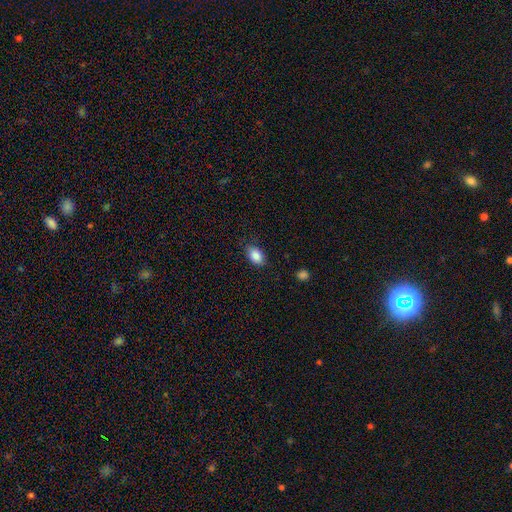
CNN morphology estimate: smooth_or_featured: smooth (p=0.87) [alt: star or artifact p=0.08]
how_rounded: in between (p=0.87) [alt: round p=0.11]
merging: none (p=0.82) [alt: minor disturbance p=0.14]